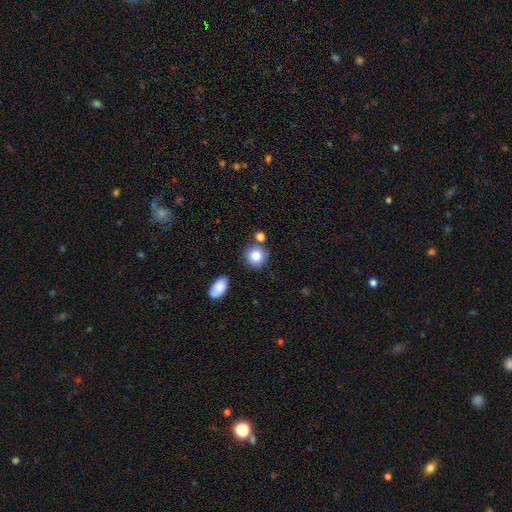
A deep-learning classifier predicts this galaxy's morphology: A smooth galaxy with no disk features (83%) that is round (87%). Merging: none (76%).